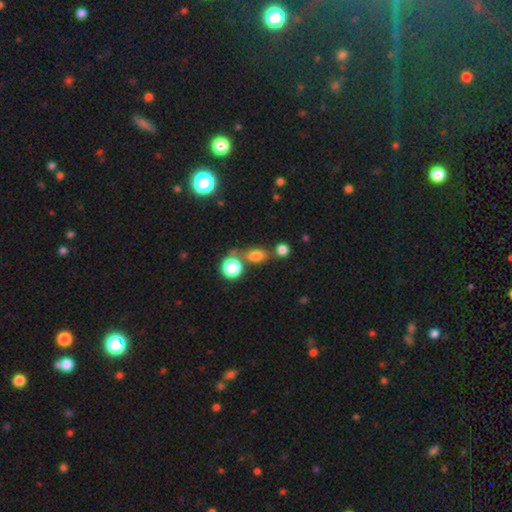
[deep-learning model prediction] A smooth galaxy with no disk features (77%) that is in between round and cigar-shaped (66%). Merging: none (62%).